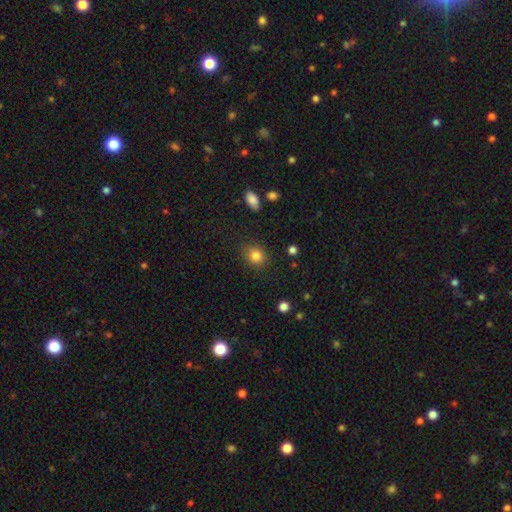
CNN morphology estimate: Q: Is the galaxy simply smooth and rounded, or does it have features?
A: smooth — 83%.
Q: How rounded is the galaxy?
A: round — 71%.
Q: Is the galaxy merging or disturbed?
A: none — 85%.